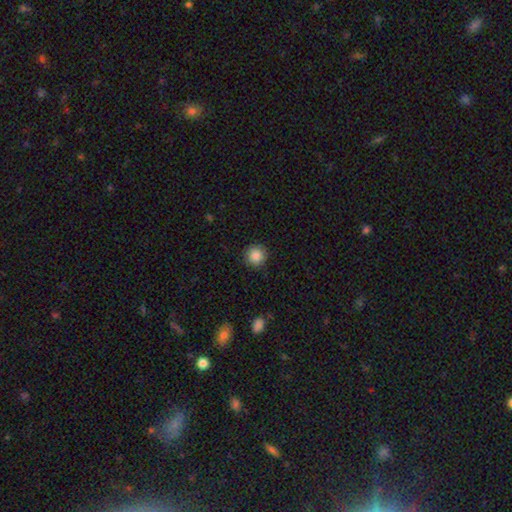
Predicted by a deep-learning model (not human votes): smooth 86%, star or artifact 10%, featured or disk 4%. Down the decision tree: how rounded — round (94%); merging — none (90%).